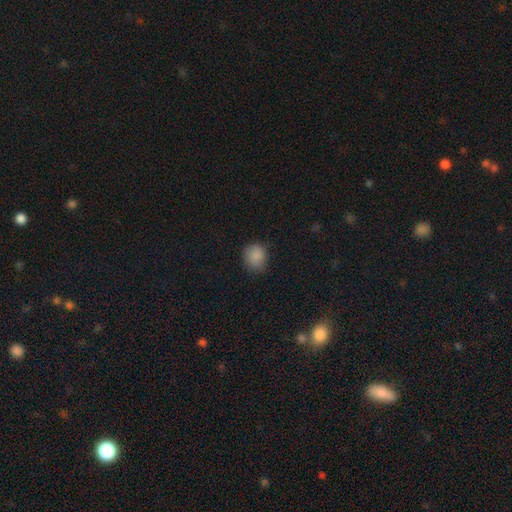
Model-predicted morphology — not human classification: smooth 86%, star or artifact 9%, featured or disk 5%. Down the decision tree: how rounded — round (78%); merging — none (77%).